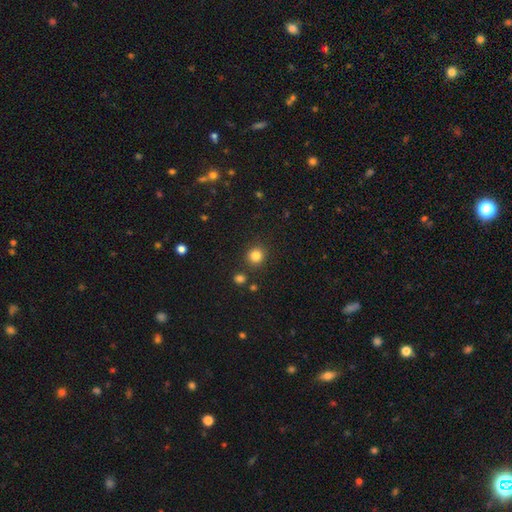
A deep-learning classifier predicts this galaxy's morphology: type=smooth (84%); roundness=round (90%); merging=none (86%).